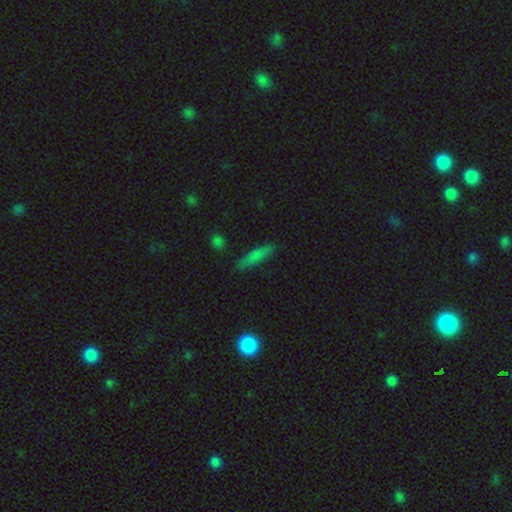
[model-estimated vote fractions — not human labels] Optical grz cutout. It shows a smooth galaxy with no disk features (75%) that is cigar-shaped (77%). Merging: none (83%).